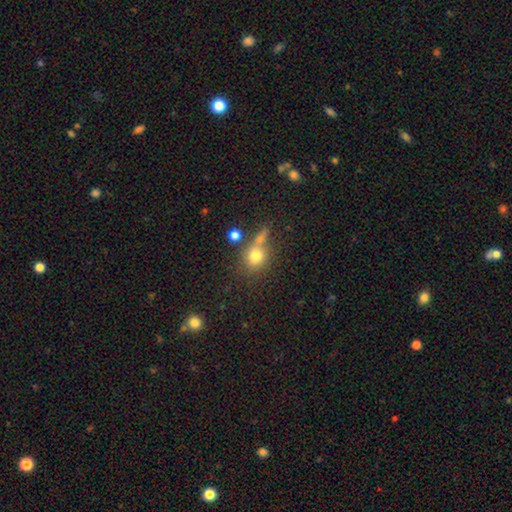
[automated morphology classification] A smooth galaxy with no disk features (75%) that is round (75%).

Vote fractions:
- Smooth or featured? smooth: 75% / star or artifact: 13% / featured or disk: 12%
- How rounded? round: 75% / in between: 23% / cigar-shaped: 2%
- Merging? none: 53% / merger: 26% / minor disturbance: 13% / major disturbance: 8%